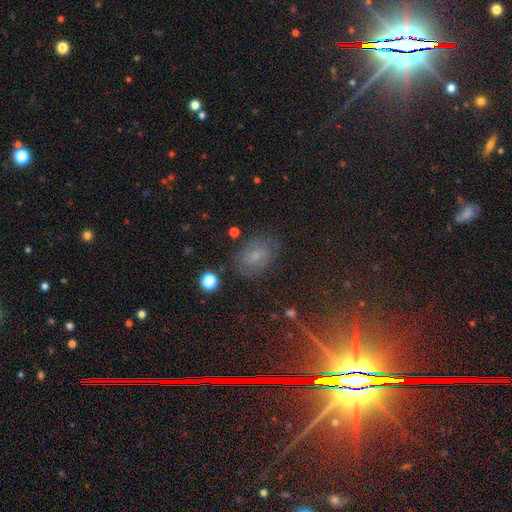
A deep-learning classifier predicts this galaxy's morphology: This appears to be a smooth galaxy with no disk features (45%). Merging: none (75%).